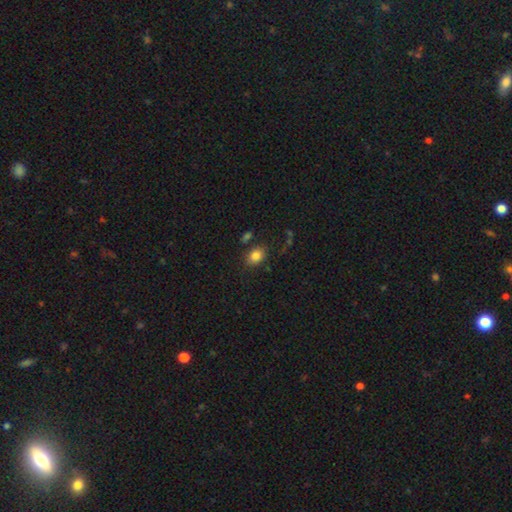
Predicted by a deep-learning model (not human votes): Smooth or featured?
  - smooth: 82% *
  - star or artifact: 10%
  - featured or disk: 7%
How rounded?
  - in between: 67% *
  - round: 32%
  - cigar-shaped: 1%
Merging?
  - none: 77% *
  - minor disturbance: 14%
  - merger: 5%
  - major disturbance: 4%